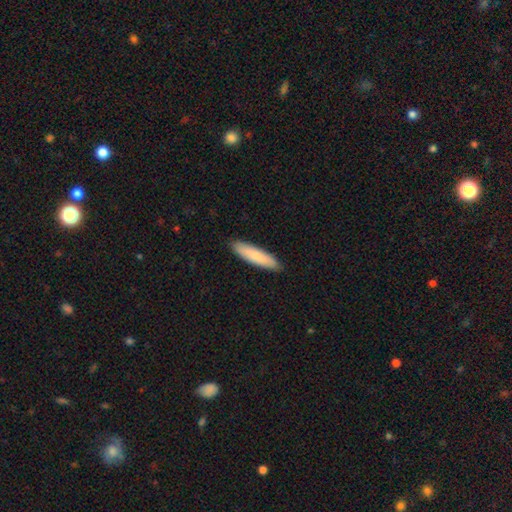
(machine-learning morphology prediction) Overall: smooth (82%). How rounded: cigar-shaped (77%). Merging: none (90%).